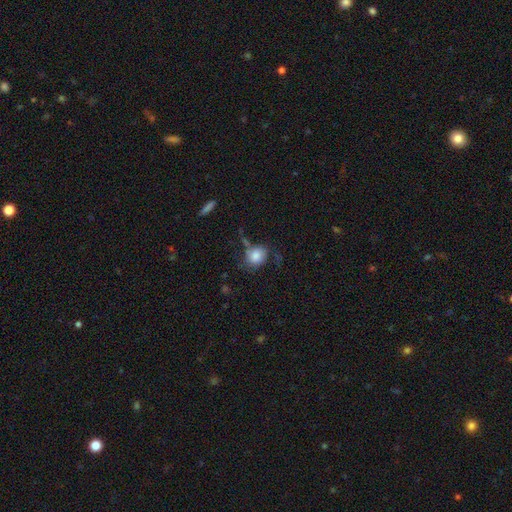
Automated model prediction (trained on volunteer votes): smooth-or-featured: smooth: 79% | featured or disk: 12% | star or artifact: 9%
  how-rounded: round: 63% | in between: 36% | cigar-shaped: 1%
  merging: none: 55% | minor disturbance: 24% | major disturbance: 12% | merger: 9%